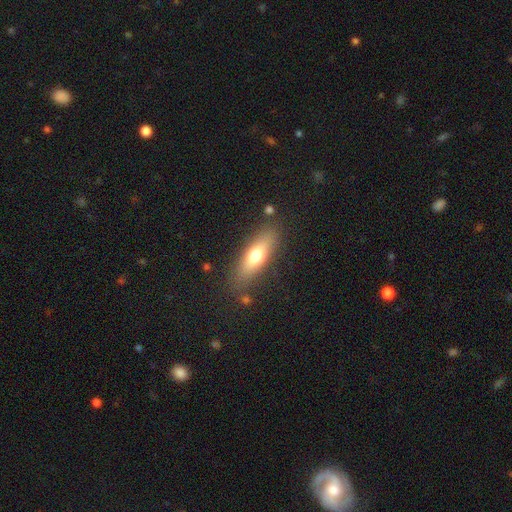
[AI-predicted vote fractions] Overall: smooth (66%; featured or disk 27%). How rounded: in between (54%; cigar-shaped 42%). Merging: none (81%).